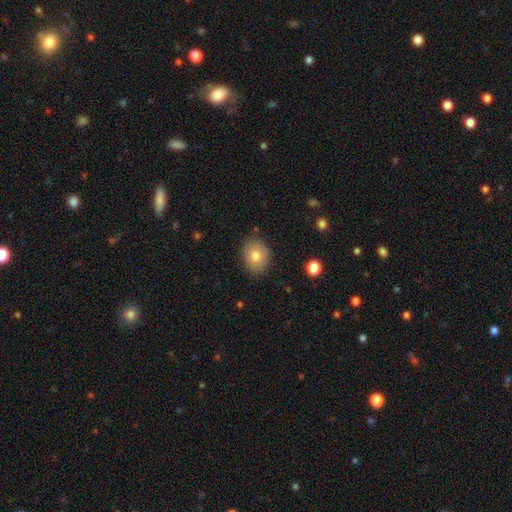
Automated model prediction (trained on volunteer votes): Smooth or featured?
  - smooth: 78% *
  - featured or disk: 14%
  - star or artifact: 9%
How rounded?
  - in between: 59% *
  - round: 40%
  - cigar-shaped: 1%
Merging?
  - none: 85% *
  - minor disturbance: 12%
  - major disturbance: 3%
  - merger: 1%